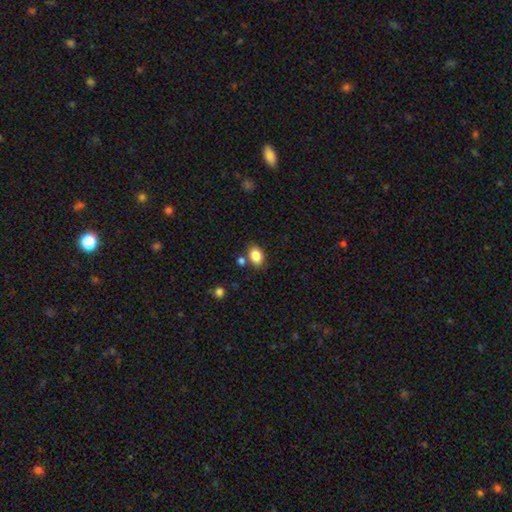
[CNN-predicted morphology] smooth_or_featured: smooth (p=0.85) [alt: star or artifact p=0.09]
how_rounded: in between (p=0.77) [alt: round p=0.22]
merging: none (p=0.75) [alt: minor disturbance p=0.12]